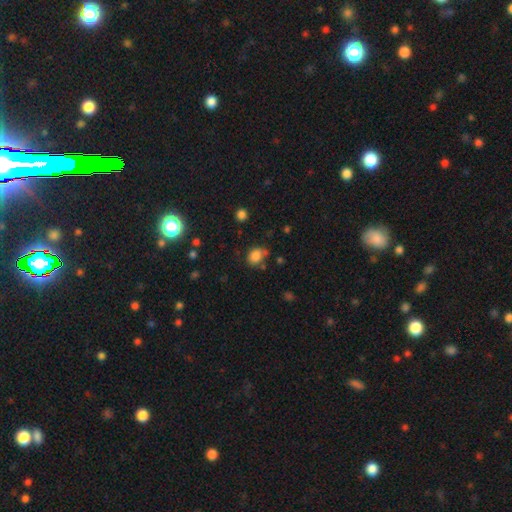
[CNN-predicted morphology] A smooth galaxy with no disk features (82%) that is round (60%). Merging: none (64%).